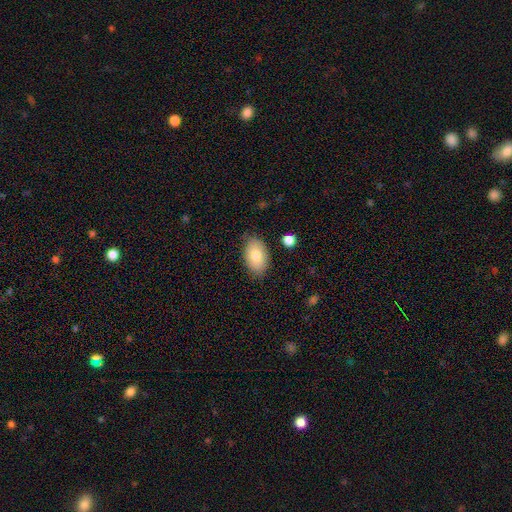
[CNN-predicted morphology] smooth_or_featured: smooth (p=0.82) [alt: featured or disk p=0.12]
how_rounded: in between (p=0.93) [alt: round p=0.06]
merging: none (p=0.80) [alt: minor disturbance p=0.15]